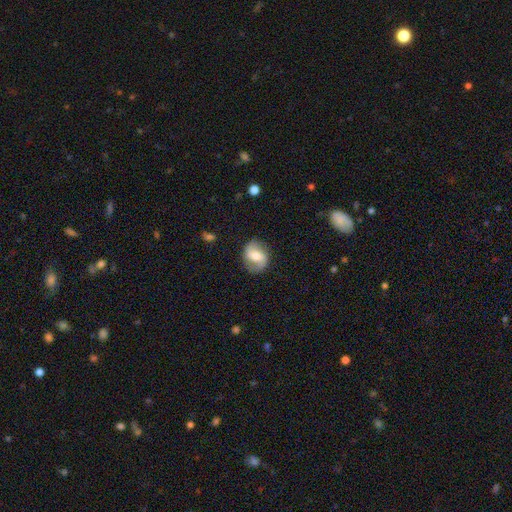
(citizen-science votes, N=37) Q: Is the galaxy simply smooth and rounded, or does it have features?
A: smooth — 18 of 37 (49%, tied with featured or disk).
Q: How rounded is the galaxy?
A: round — 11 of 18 (61%).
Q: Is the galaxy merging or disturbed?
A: none — 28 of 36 (78%).